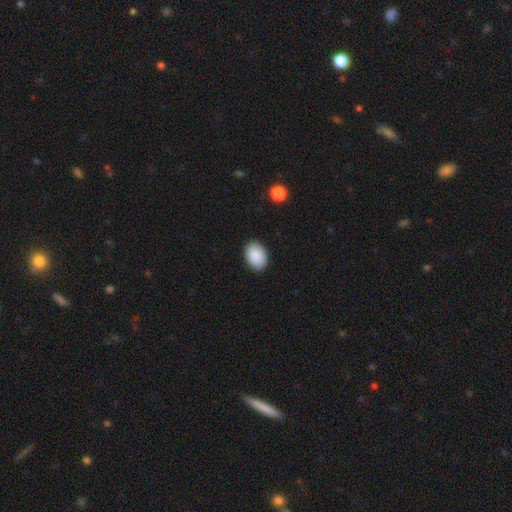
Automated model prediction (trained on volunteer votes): smooth_or_featured: smooth (p=0.90) [alt: star or artifact p=0.07]
how_rounded: in between (p=0.82) [alt: round p=0.17]
merging: none (p=0.89) [alt: minor disturbance p=0.08]